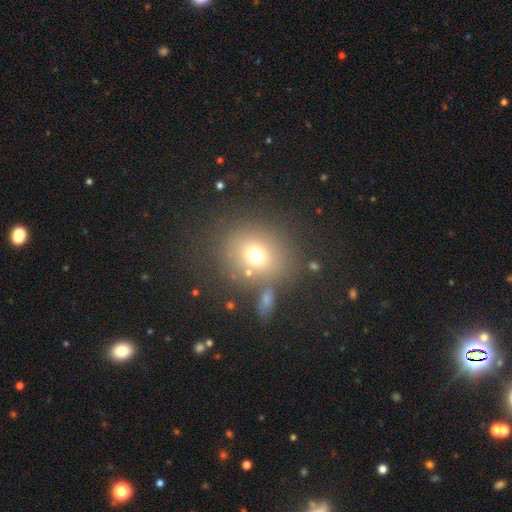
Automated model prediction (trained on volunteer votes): Q: Smooth or featured?
A: smooth (69%); runner-up: star or artifact (17%)
Q: How rounded?
A: round (77%); runner-up: in between (22%)
Q: Merging?
A: none (70%); runner-up: merger (11%)